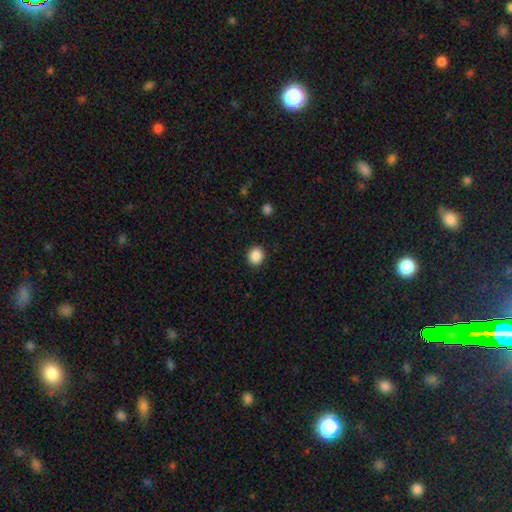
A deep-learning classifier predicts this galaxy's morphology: type=smooth (88%); roundness=round (75%); merging=none (91%).